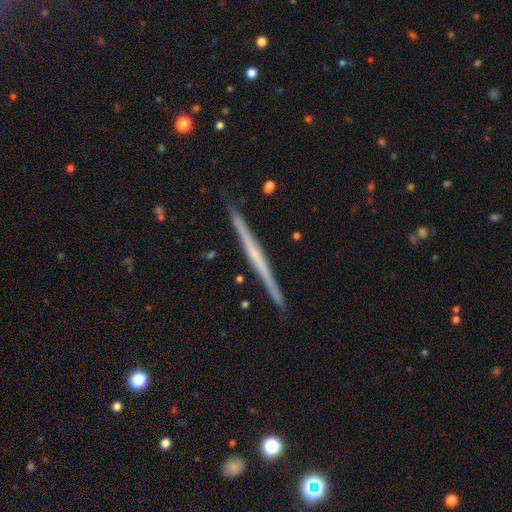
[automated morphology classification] Smooth or featured? Predicted: featured or disk (p=0.65). Edge-on disk? Predicted: yes (p=0.98). Edge-on bulge? Predicted: none (p=0.82). Merging? Predicted: none (p=0.92).